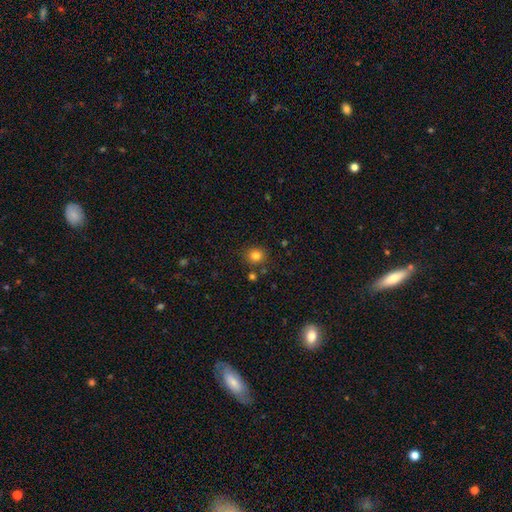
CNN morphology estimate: This is clearly a smooth galaxy (81%). How rounded: clearly round (85%). Merging: clearly none (82%).